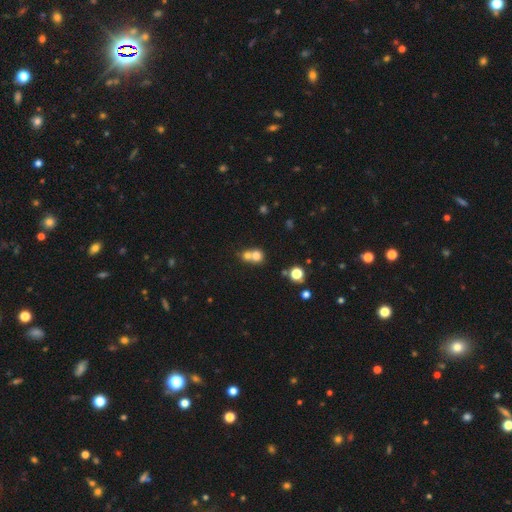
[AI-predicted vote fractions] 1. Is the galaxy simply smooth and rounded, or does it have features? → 71% smooth, 14% star or artifact, 14% featured or disk.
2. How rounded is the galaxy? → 79% round, 20% in between, 1% cigar-shaped.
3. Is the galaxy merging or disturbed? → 61% merger, 32% none, 5% minor disturbance, 3% major disturbance.